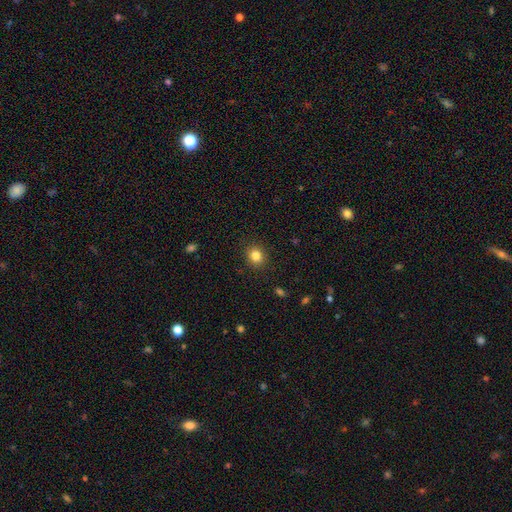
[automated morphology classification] Smooth or featured: smooth — 84% (star or artifact — 11%)
How rounded: round — 78% (in between — 21%)
Merging: none — 90% (minor disturbance — 7%)